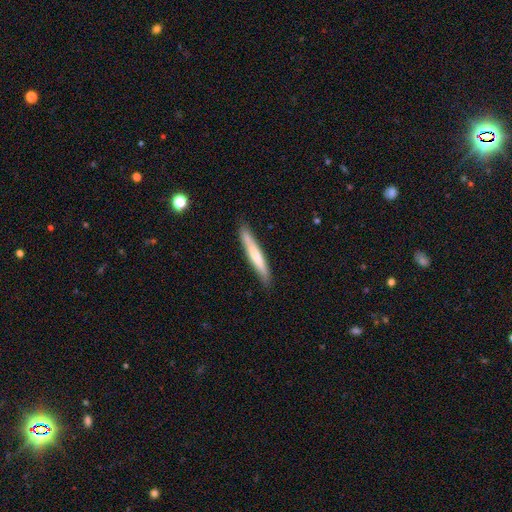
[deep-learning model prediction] Smooth or featured?
  - smooth: 63% *
  - featured or disk: 32%
  - star or artifact: 5%
How rounded?
  - cigar-shaped: 95% *
  - in between: 4%
  - round: 1%
Merging?
  - none: 85% *
  - minor disturbance: 12%
  - major disturbance: 2%
  - merger: 1%